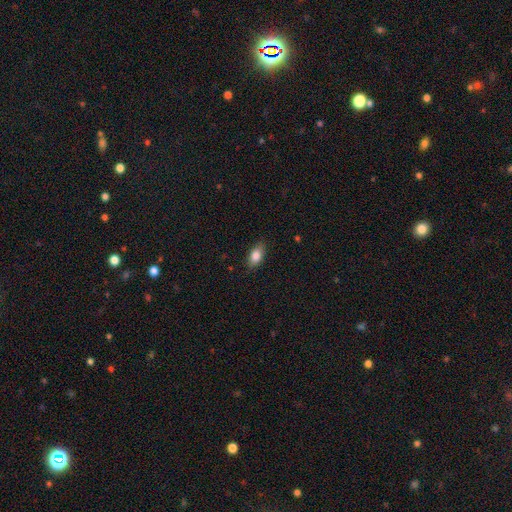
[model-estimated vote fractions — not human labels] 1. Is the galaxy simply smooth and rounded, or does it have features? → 83% smooth, 10% featured or disk, 7% star or artifact.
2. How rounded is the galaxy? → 88% in between, 6% cigar-shaped, 6% round.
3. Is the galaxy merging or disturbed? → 84% none, 13% minor disturbance, 3% major disturbance, 1% merger.